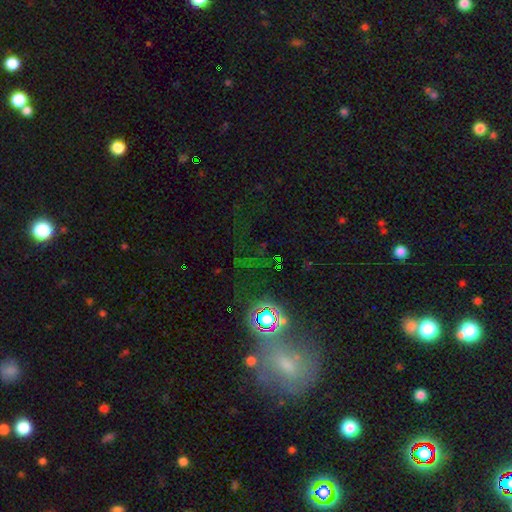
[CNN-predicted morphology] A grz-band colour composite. It shows a star or artifact, not a galaxy (56%).